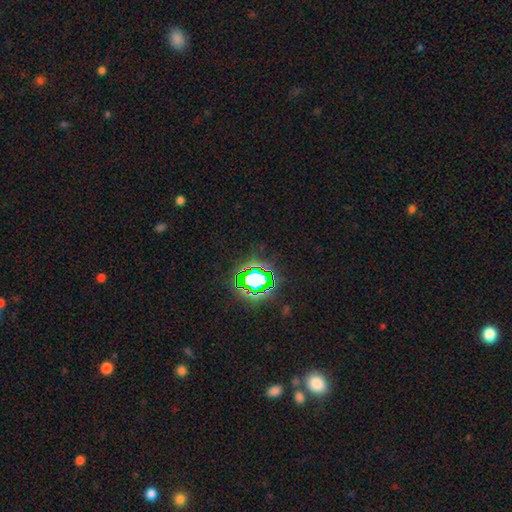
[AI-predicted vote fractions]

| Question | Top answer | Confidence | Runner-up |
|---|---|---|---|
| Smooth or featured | star or artifact | 80% | smooth (12%) |